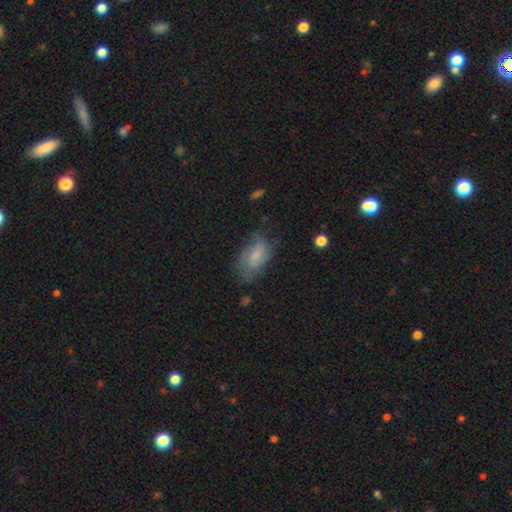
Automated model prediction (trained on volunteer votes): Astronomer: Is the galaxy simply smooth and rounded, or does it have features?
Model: smooth — 55% (runner-up: featured or disk, 36%).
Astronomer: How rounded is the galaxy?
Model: in between — 90%.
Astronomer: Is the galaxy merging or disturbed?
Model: none — 55%.